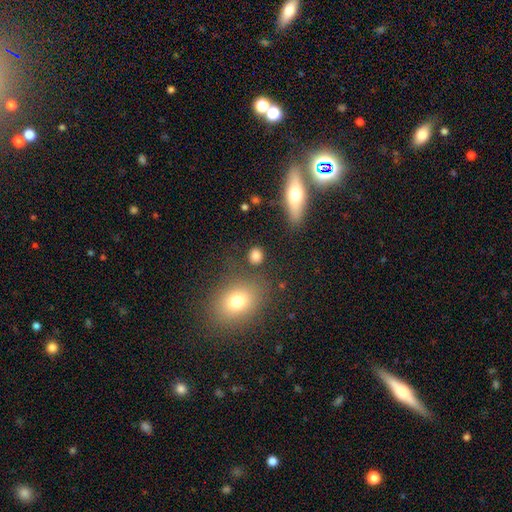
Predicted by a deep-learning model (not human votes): smooth 81%, star or artifact 12%, featured or disk 7%. Down the decision tree: how rounded — round (70%); merging — none (81%).